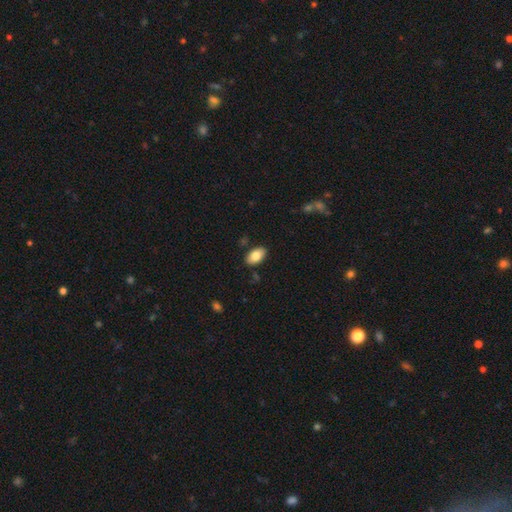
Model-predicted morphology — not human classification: Overall: smooth (84%). How rounded: in between (94%). Merging: none (87%).